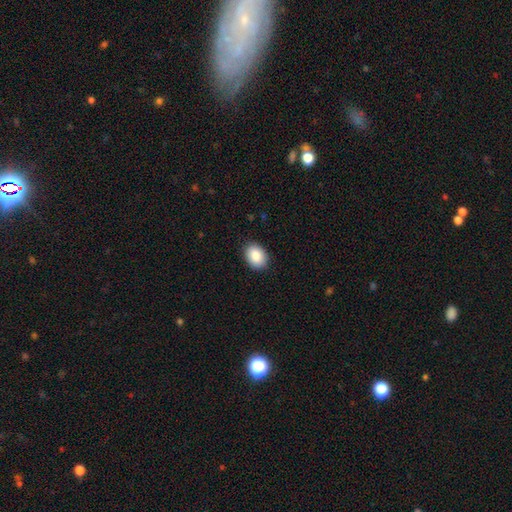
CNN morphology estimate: This is clearly a smooth galaxy (88%). How rounded: likely in between (78%). Merging: clearly none (89%).